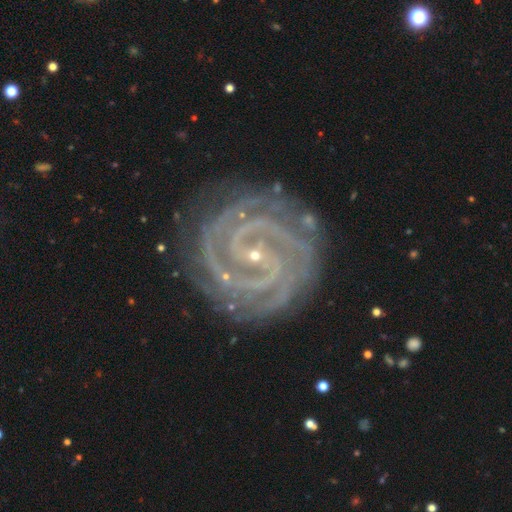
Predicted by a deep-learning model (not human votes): Smooth or featured?
  - featured or disk: 92% *
  - star or artifact: 5%
  - smooth: 2%
Edge-on disk?
  - no: 98% *
  - yes: 2%
Bar?
  - no: 39% *
  - weak: 33%
  - strong: 28%
Spiral arms?
  - yes: 99% *
  - no: 1%
Spiral winding?
  - tight: 83% *
  - medium: 15%
  - loose: 2%
Spiral arm count?
  - 2: 57% *
  - 3: 15%
  - 4: 8%
  - can't tell: 7%
  - more than 4: 6%
  - 1: 6%
Bulge size?
  - small: 88% *
  - moderate: 8%
  - none: 2%
  - large: 1%
  - dominant: 1%
Merging?
  - none: 83% *
  - minor disturbance: 12%
  - major disturbance: 4%
  - merger: 2%